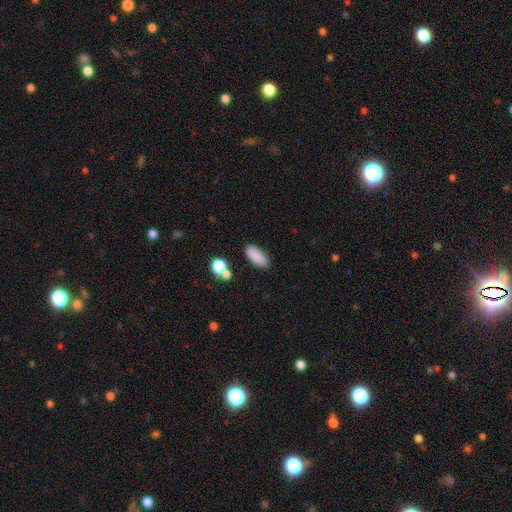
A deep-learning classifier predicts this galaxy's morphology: Q: Smooth or featured?
A: smooth (86%); runner-up: star or artifact (8%)
Q: How rounded?
A: in between (82%); runner-up: cigar-shaped (15%)
Q: Merging?
A: none (80%); runner-up: minor disturbance (11%)